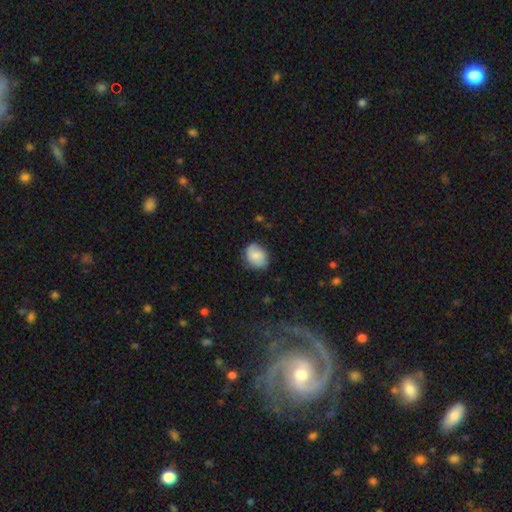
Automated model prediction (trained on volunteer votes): This appears to be a smooth galaxy with no disk features (74%) that is in between round and cigar-shaped (52%). Merging: none (75%).